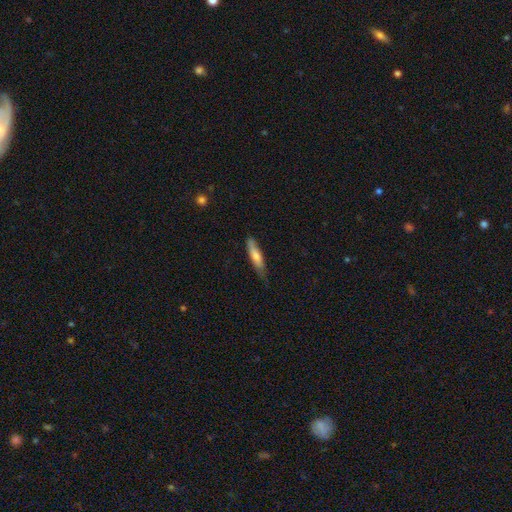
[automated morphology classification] Overall: smooth (69%). How rounded: cigar-shaped (79%). Merging: none (71%).